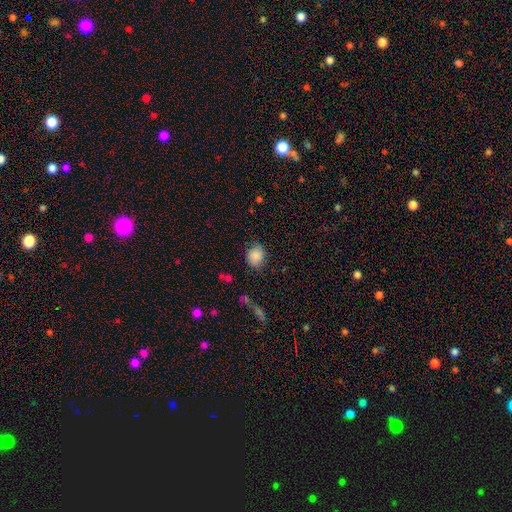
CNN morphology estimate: Q: Smooth or featured?
A: smooth (85%); runner-up: star or artifact (8%)
Q: How rounded?
A: round (59%); runner-up: in between (40%)
Q: Merging?
A: none (74%); runner-up: minor disturbance (19%)